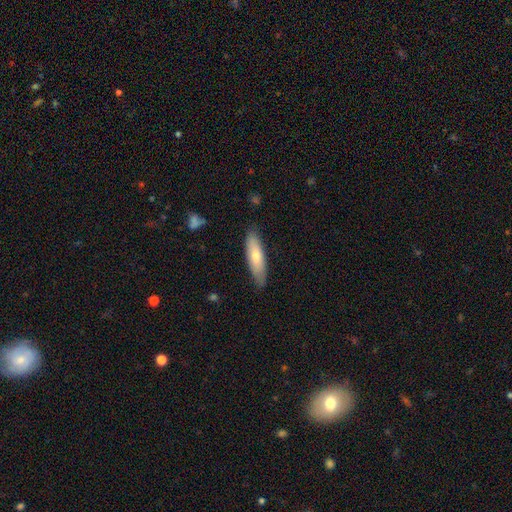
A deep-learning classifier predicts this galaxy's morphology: Smooth or featured?
  - smooth: 68% *
  - featured or disk: 26%
  - star or artifact: 6%
How rounded?
  - cigar-shaped: 55% *
  - in between: 43%
  - round: 2%
Merging?
  - none: 80% *
  - minor disturbance: 16%
  - major disturbance: 3%
  - merger: 1%